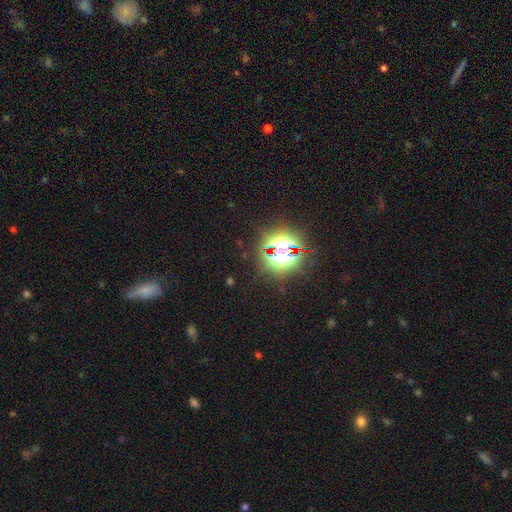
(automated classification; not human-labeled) The model was most divided on "smooth or featured": star or artifact: 80%, smooth: 13%, featured or disk: 7%.